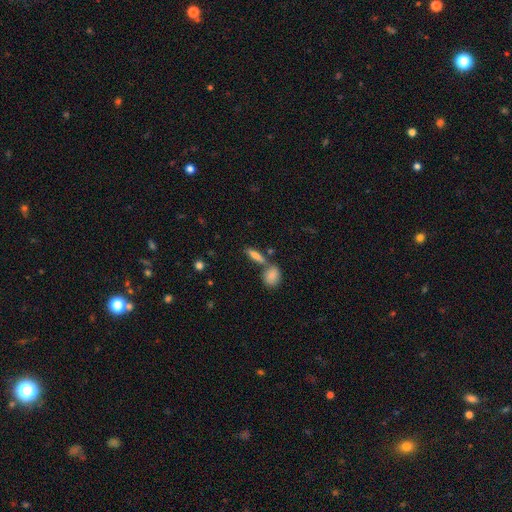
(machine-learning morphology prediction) Q: Smooth or featured?
A: smooth (76%); runner-up: featured or disk (16%)
Q: How rounded?
A: cigar-shaped (48%); runner-up: in between (47%)
Q: Merging?
A: none (58%); runner-up: merger (28%)